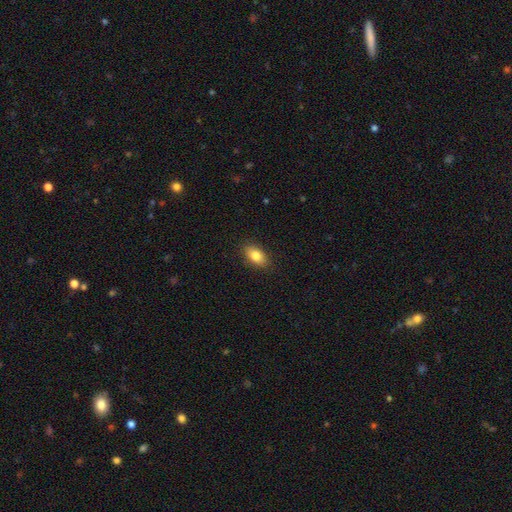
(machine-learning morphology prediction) A smooth galaxy with no disk features (83%) that is in between round and cigar-shaped (89%).

Vote fractions:
- Smooth or featured? smooth: 83% / featured or disk: 10% / star or artifact: 8%
- How rounded? in between: 89% / round: 8% / cigar-shaped: 4%
- Merging? none: 88% / minor disturbance: 9% / major disturbance: 2% / merger: 1%